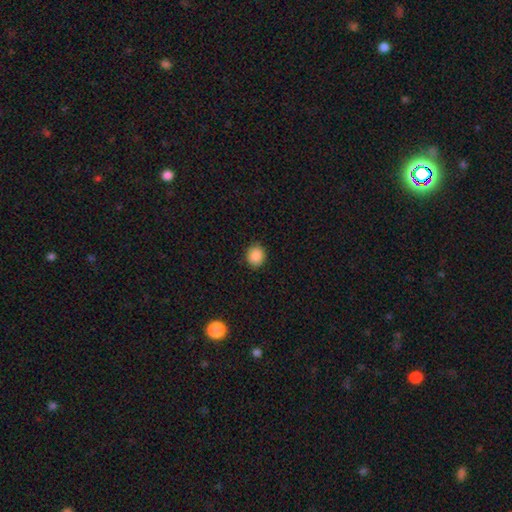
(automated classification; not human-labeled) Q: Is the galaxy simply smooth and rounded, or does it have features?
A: smooth — 88%.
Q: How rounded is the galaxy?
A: round — 80%.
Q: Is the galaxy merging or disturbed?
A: none — 89%.